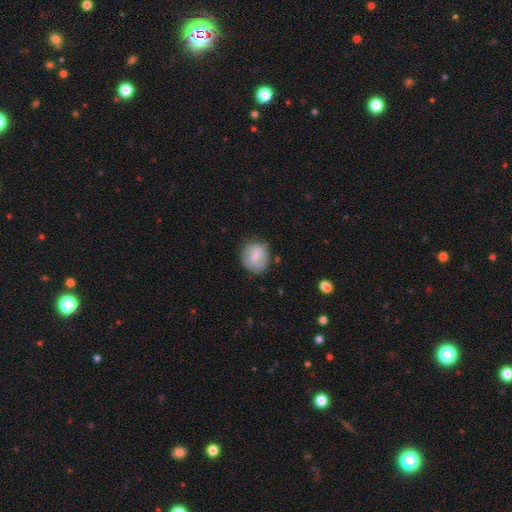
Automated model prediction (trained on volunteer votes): smooth_or_featured: smooth (p=0.72) [alt: featured or disk p=0.21]
how_rounded: round (p=0.72) [alt: in between p=0.27]
merging: none (p=0.71) [alt: minor disturbance p=0.21]